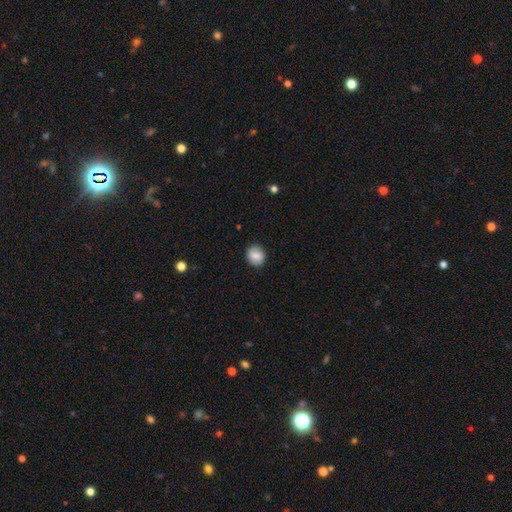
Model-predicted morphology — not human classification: Overall: smooth (78%). How rounded: round (80%). Merging: none (88%).